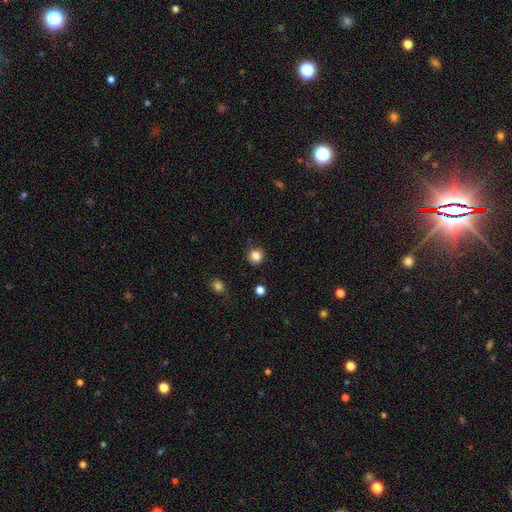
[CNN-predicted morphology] A smooth galaxy with no disk features (84%) that is round (89%). Merging: none (86%).